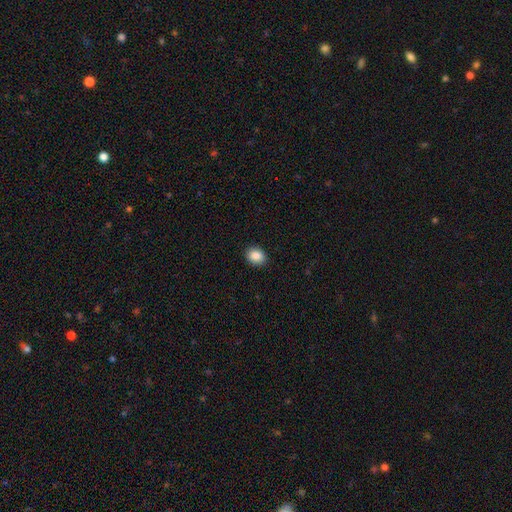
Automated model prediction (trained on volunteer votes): Smooth or featured? Predicted: smooth (p=0.87). How rounded? Predicted: in between (p=0.55). Merging? Predicted: none (p=0.90).